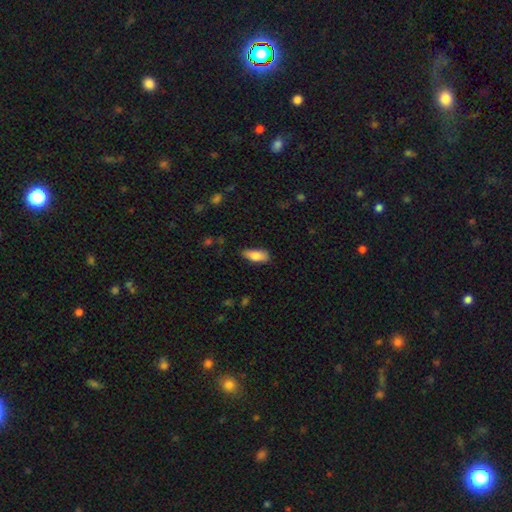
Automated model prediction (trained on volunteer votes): smooth_or_featured: smooth (p=0.82) [alt: featured or disk p=0.12]
how_rounded: in between (p=0.77) [alt: cigar-shaped p=0.21]
merging: none (p=0.77) [alt: minor disturbance p=0.18]